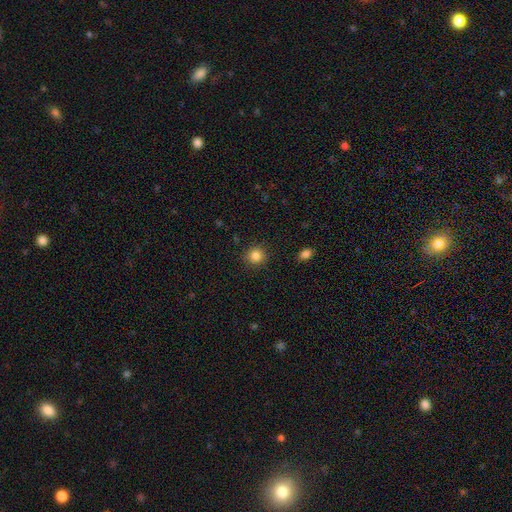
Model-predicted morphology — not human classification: smooth 84%, star or artifact 11%, featured or disk 5%. Down the decision tree: how rounded — round (91%); merging — none (90%).